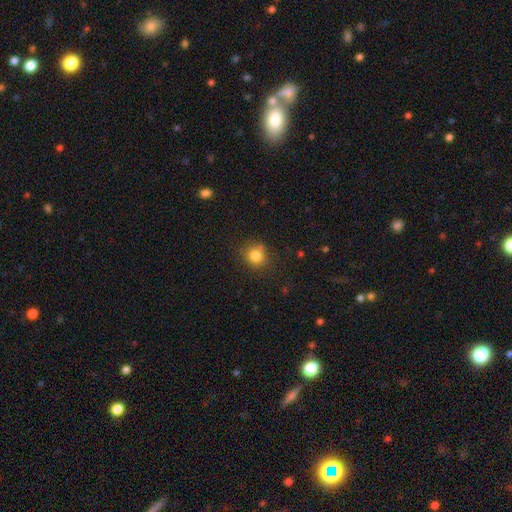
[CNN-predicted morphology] The model was most divided on "merging": none: 81%, minor disturbance: 12%, major disturbance: 3%, merger: 3%. More confident: how rounded — round (88%); smooth or featured — smooth (81%).